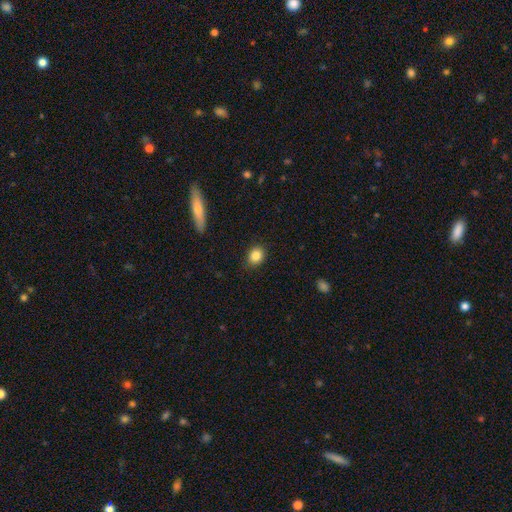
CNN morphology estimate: type=smooth (85%); roundness=round (65%); merging=none (87%).